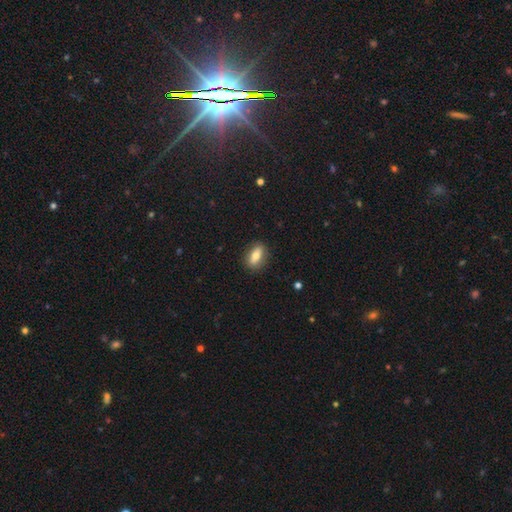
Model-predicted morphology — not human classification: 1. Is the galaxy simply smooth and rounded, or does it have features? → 75% smooth, 17% featured or disk, 8% star or artifact.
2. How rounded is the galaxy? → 81% in between, 10% cigar-shaped, 9% round.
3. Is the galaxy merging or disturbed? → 85% none, 11% minor disturbance, 3% major disturbance, 1% merger.